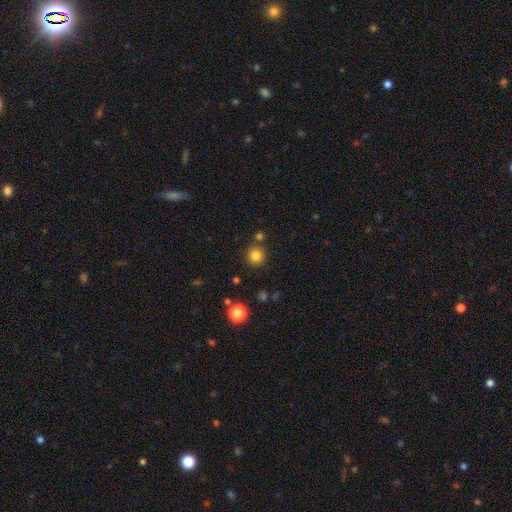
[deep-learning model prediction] A smooth galaxy with no disk features (81%) that is round (94%).

Vote fractions:
- Smooth or featured? smooth: 81% / star or artifact: 13% / featured or disk: 6%
- How rounded? round: 94% / in between: 5% / cigar-shaped: 1%
- Merging? none: 83% / minor disturbance: 8% / merger: 7% / major disturbance: 3%